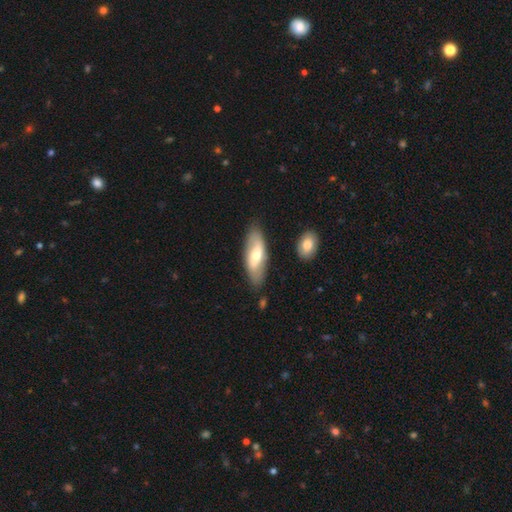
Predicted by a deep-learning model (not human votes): Morphology: type=featured or disk (48%); merging=none (81%).